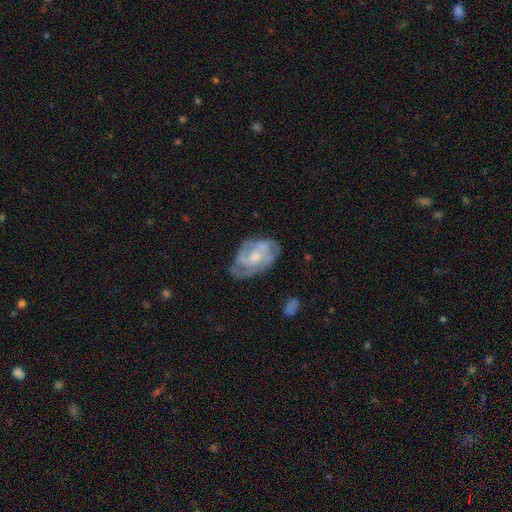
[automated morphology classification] Smooth or featured?
  - featured or disk: 73% *
  - smooth: 20%
  - star or artifact: 6%
Edge-on disk?
  - no: 96% *
  - yes: 4%
Bar?
  - no: 71% *
  - weak: 25%
  - strong: 4%
Spiral arms?
  - yes: 78% *
  - no: 22%
Spiral winding?
  - tight: 46% *
  - medium: 39%
  - loose: 15%
Spiral arm count?
  - can't tell: 41% *
  - 2: 23%
  - 3: 21%
  - 4: 7%
  - 1: 5%
  - more than 4: 4%
Bulge size?
  - moderate: 53% *
  - small: 30%
  - none: 8%
  - large: 7%
  - dominant: 1%
Merging?
  - none: 56% *
  - minor disturbance: 28%
  - major disturbance: 14%
  - merger: 2%